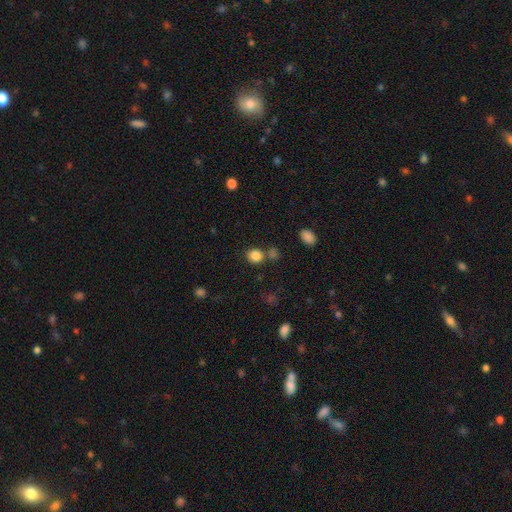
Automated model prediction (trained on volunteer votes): smooth 84%, star or artifact 11%, featured or disk 4%. Down the decision tree: how rounded — round (76%); merging — none (71%).